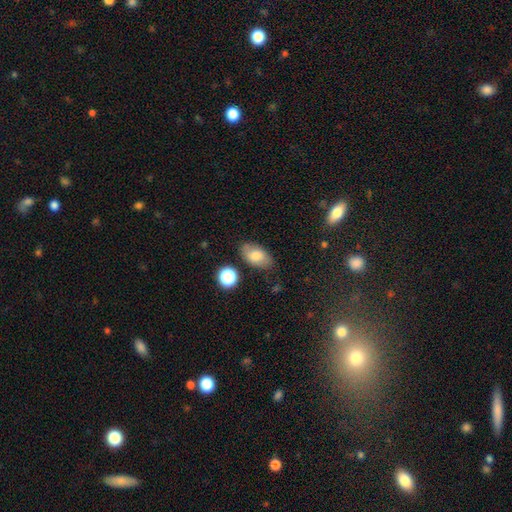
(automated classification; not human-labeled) Morphology: type=smooth (77%); roundness=in between (91%); merging=none (77%).